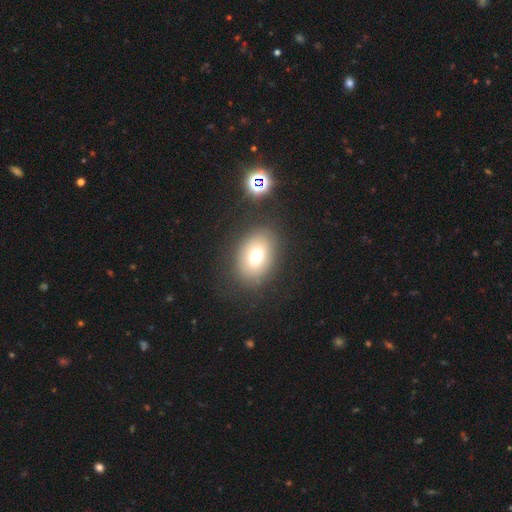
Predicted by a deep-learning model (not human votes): Q: Smooth or featured?
A: smooth (73%); runner-up: featured or disk (15%)
Q: How rounded?
A: in between (71%); runner-up: round (28%)
Q: Merging?
A: none (83%); runner-up: minor disturbance (10%)